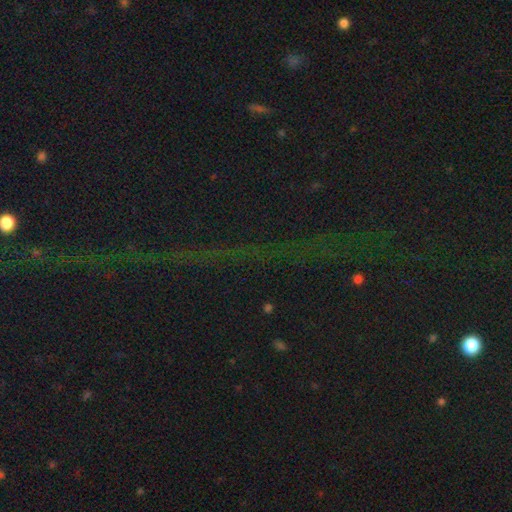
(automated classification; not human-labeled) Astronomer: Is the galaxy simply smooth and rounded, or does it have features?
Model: star or artifact — 77%.